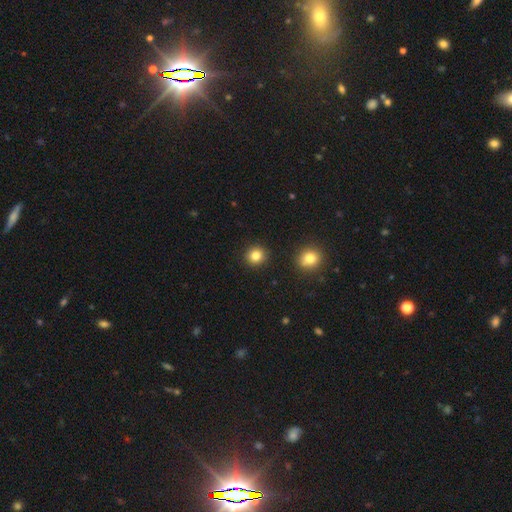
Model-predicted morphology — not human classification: Overall: smooth (83%). How rounded: round (89%). Merging: none (91%).